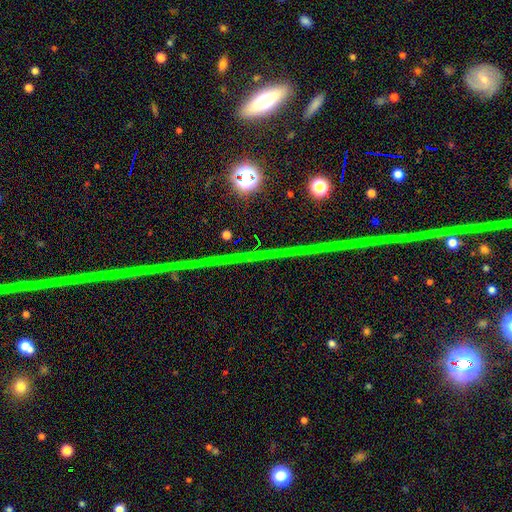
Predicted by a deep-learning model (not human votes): Smooth or featured?
  - star or artifact: 77% *
  - featured or disk: 15%
  - smooth: 9%